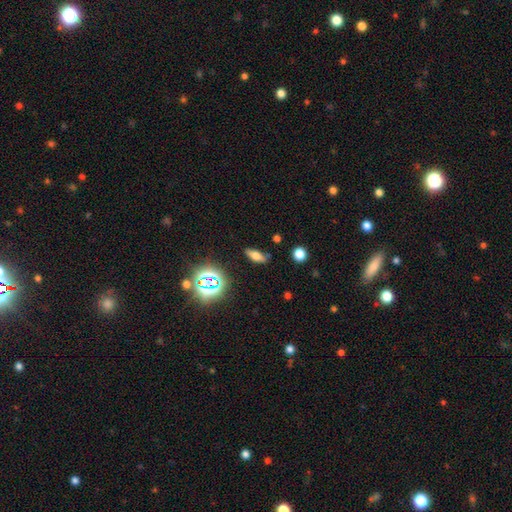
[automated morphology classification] type=smooth (58%); roundness=in between (67%); merging=none (81%).